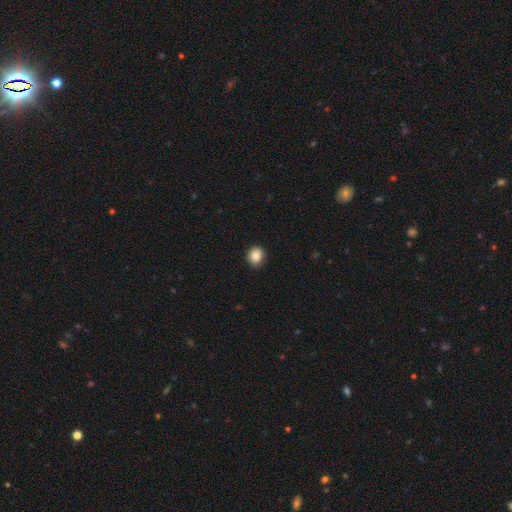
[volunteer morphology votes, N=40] A smooth galaxy with no disk features (85%) that is round (94%). Merging: none (97%).